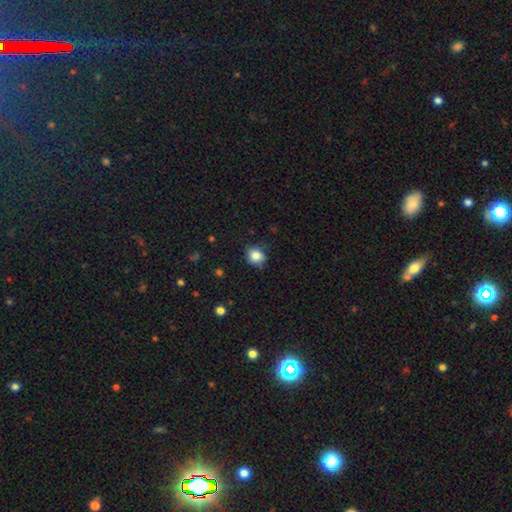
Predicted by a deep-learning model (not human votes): The model was most divided on "how rounded": round: 75%, in between: 24%, cigar-shaped: 1%. More confident: smooth or featured — smooth (84%); merging — none (75%).